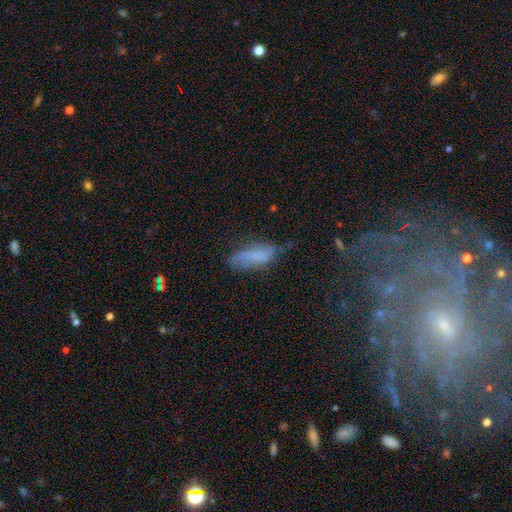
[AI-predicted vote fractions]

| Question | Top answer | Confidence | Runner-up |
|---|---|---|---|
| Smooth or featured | smooth | 66% | featured or disk (24%) |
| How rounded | in between | 63% | cigar-shaped (35%) |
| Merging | none | 48% | minor disturbance (35%) |